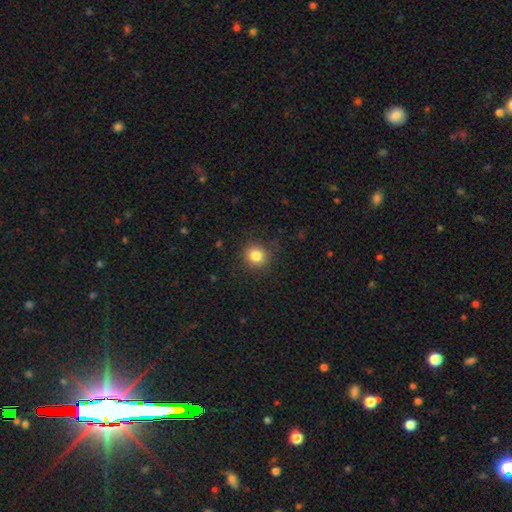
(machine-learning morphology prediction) Smooth or featured?
  - smooth: 83% *
  - star or artifact: 11%
  - featured or disk: 5%
How rounded?
  - round: 89% *
  - in between: 10%
  - cigar-shaped: 1%
Merging?
  - none: 87% *
  - minor disturbance: 9%
  - major disturbance: 3%
  - merger: 1%